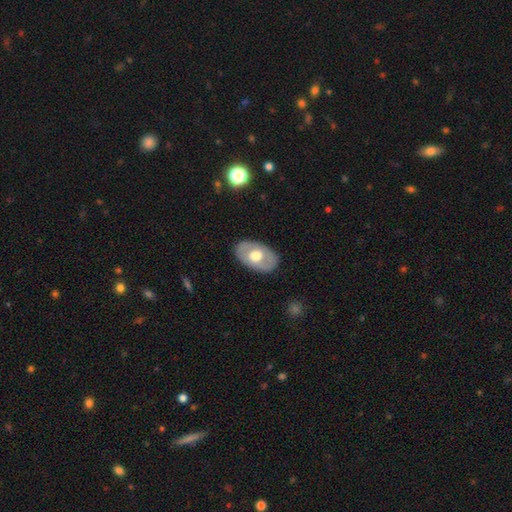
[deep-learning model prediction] Smooth or featured? Predicted: smooth (p=0.52). How rounded? Predicted: in between (p=0.89). Merging? Predicted: none (p=0.85).